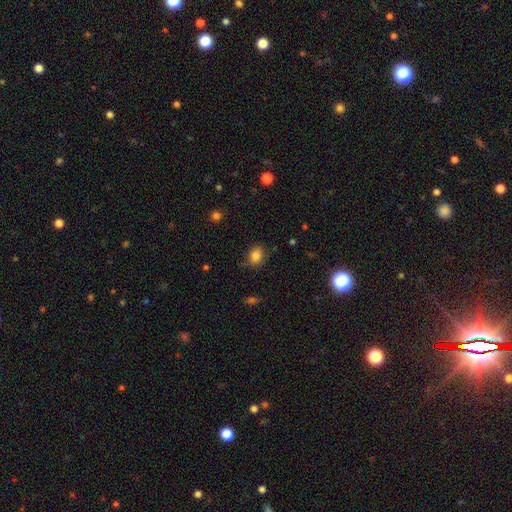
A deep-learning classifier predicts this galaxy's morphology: Smooth or featured?
  - smooth: 83% *
  - star or artifact: 11%
  - featured or disk: 6%
How rounded?
  - in between: 51% *
  - round: 47%
  - cigar-shaped: 1%
Merging?
  - none: 79% *
  - minor disturbance: 16%
  - major disturbance: 3%
  - merger: 2%